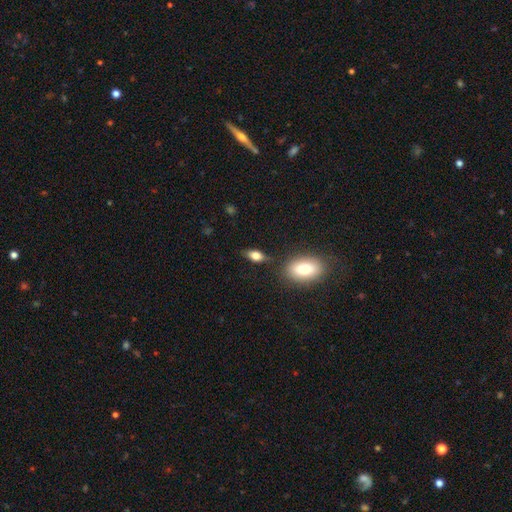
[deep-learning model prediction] Overall: smooth (74%). How rounded: in between (82%). Merging: none (76%).